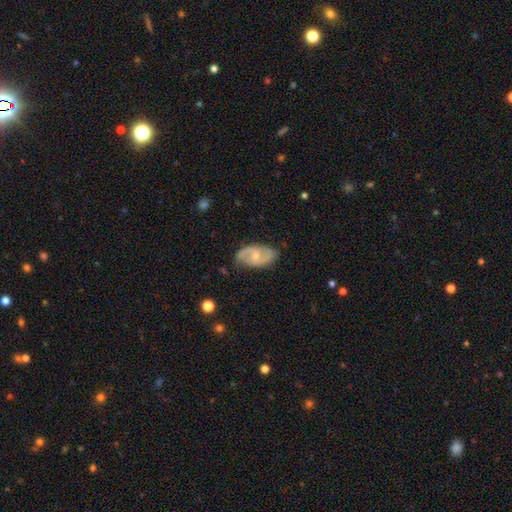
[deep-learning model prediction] A featured or disk galaxy (75%) with no bar (54%), 2 (84%) medium (48%) spiral arms (89%) and a small central bulge (54%).

Vote fractions:
- Smooth or featured? featured or disk: 75% / smooth: 19% / star or artifact: 5%
- Edge-on disk? no: 95% / yes: 5%
- Bar? no: 54% / weak: 38% / strong: 8%
- Spiral arms? yes: 89% / no: 11%
- Spiral winding? medium: 48% / tight: 26% / loose: 26%
- Spiral arm count? 2: 84% / can't tell: 9% / 1: 4% / 3: 2% / 4: 1% / more than 4: 1%
- Bulge size? small: 54% / moderate: 42% / none: 2% / large: 1% / dominant: 1%
- Merging? none: 74% / minor disturbance: 19% / major disturbance: 5% / merger: 1%